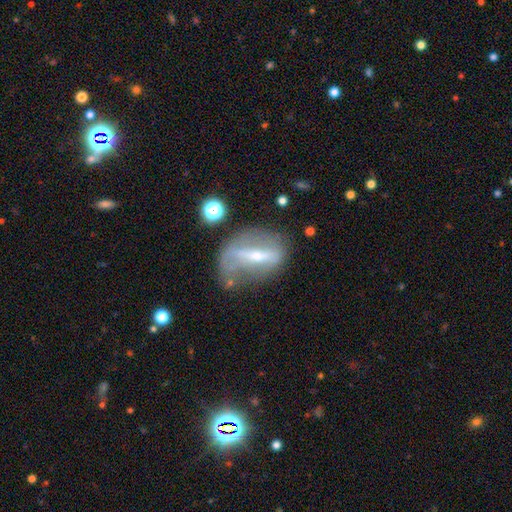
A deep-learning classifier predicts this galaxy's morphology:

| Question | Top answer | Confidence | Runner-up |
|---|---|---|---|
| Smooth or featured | featured or disk | 64% | smooth (26%) |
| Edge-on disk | no | 76% | yes (24%) |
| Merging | none | 52% | minor disturbance (23%) |